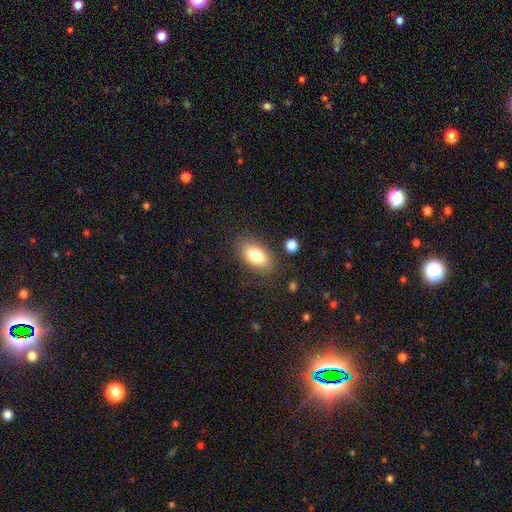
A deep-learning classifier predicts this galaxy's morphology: This is clearly a smooth galaxy (80%). How rounded: clearly in between (90%). Merging: clearly none (82%).